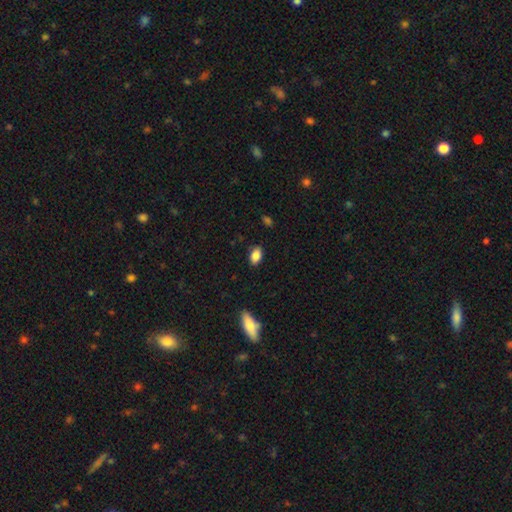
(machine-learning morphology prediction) A smooth galaxy with no disk features (87%) that is in between round and cigar-shaped (89%). Merging: none (85%).